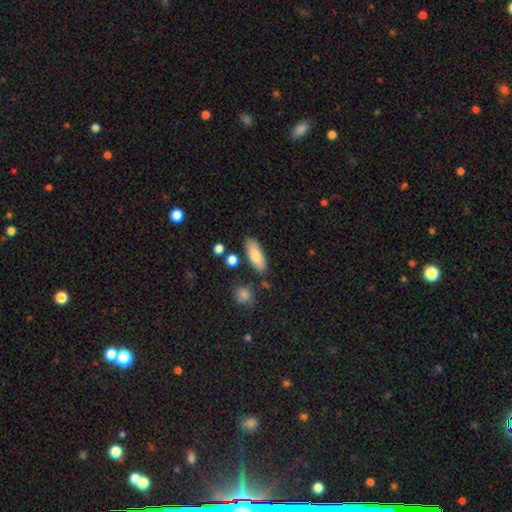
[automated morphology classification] Smooth or featured?
  - smooth: 80% *
  - featured or disk: 13%
  - star or artifact: 7%
How rounded?
  - in between: 76% *
  - cigar-shaped: 21%
  - round: 3%
Merging?
  - none: 81% *
  - minor disturbance: 12%
  - merger: 5%
  - major disturbance: 3%